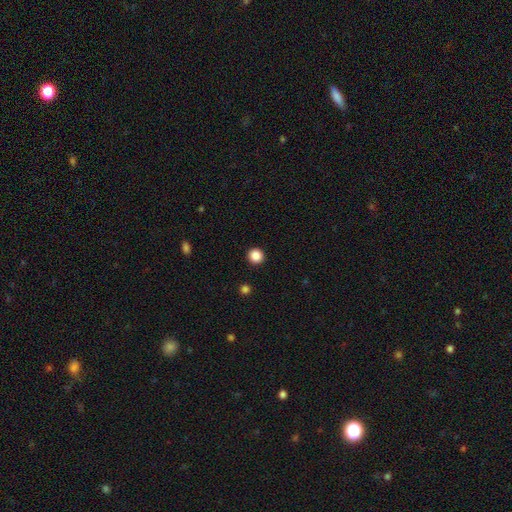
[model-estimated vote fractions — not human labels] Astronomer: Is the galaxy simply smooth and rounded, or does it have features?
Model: smooth — 87%.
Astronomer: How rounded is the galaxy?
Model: round — 95%.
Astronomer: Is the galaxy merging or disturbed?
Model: none — 94%.